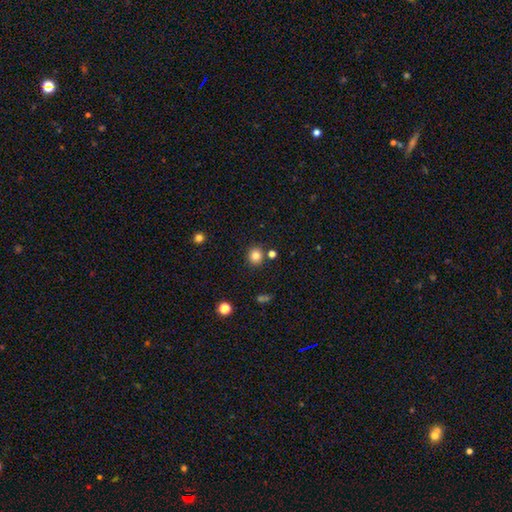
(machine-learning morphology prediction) This is clearly a smooth galaxy (81%). How rounded: clearly round (88%). Merging: clearly none (84%).